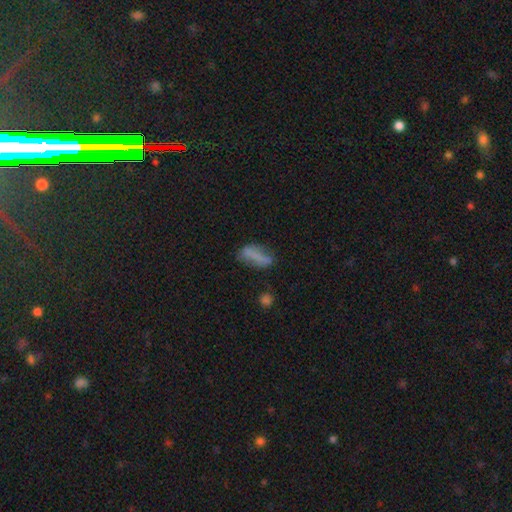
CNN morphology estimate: A smooth galaxy with no disk features (66%) that is in between round and cigar-shaped (55%). Merging: none (53%).